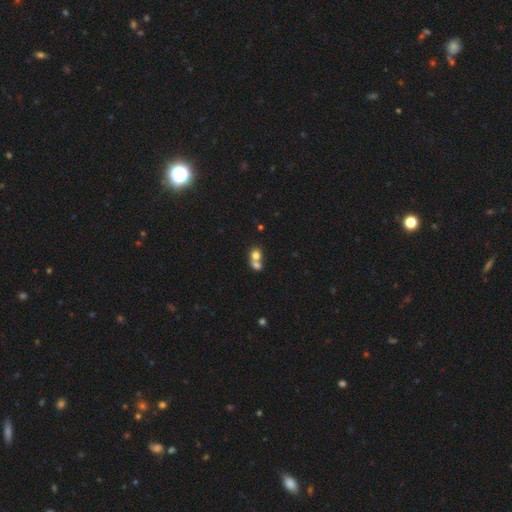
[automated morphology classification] smooth 75%, featured or disk 14%, star or artifact 11%. Down the decision tree: how rounded — round (70%); merging — merger (65%).